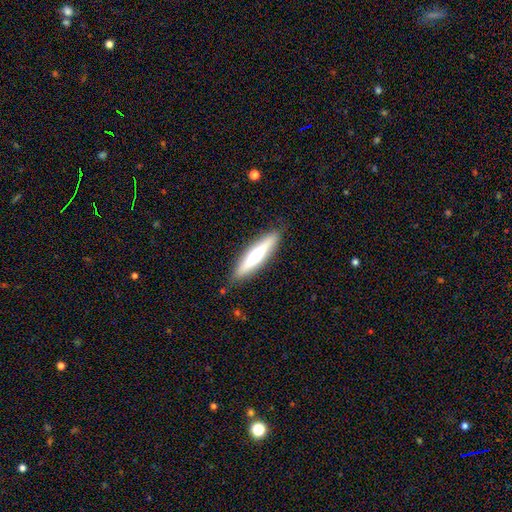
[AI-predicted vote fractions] Smooth or featured: smooth — 49% (featured or disk — 45%)
Merging: none — 87% (minor disturbance — 10%)